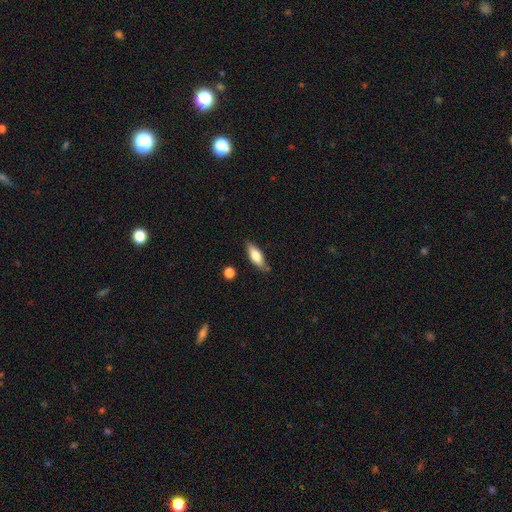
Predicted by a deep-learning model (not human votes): smooth 67%, featured or disk 27%, star or artifact 7%. Down the decision tree: how rounded — in between (64%); merging — none (77%).